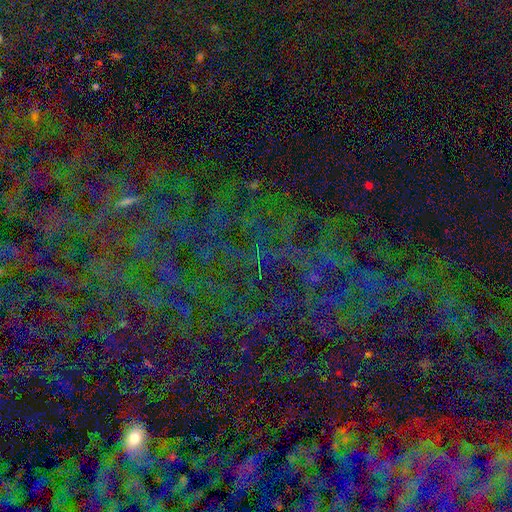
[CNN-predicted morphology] Q: Smooth or featured?
A: star or artifact (78%); runner-up: smooth (11%)